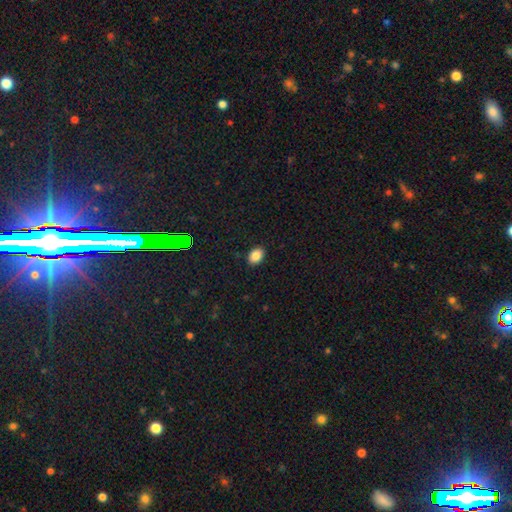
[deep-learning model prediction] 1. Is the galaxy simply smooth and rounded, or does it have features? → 85% smooth, 10% star or artifact, 5% featured or disk.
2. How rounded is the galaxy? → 78% in between, 21% round, 1% cigar-shaped.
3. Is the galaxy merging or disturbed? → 89% none, 8% minor disturbance, 2% major disturbance, 1% merger.